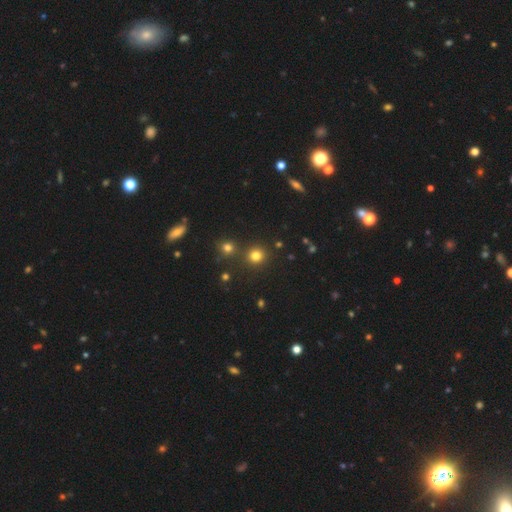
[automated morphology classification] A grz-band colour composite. It shows a smooth galaxy with no disk features (77%) that is round (90%). Merging: none (82%).